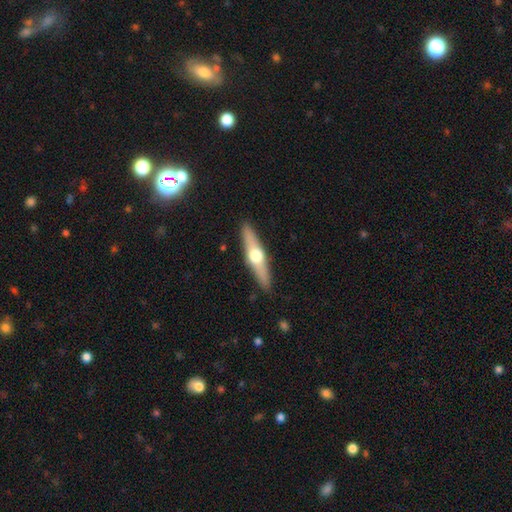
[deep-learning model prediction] smooth-or-featured: featured or disk: 59% | smooth: 36% | star or artifact: 5%
  disk-edge-on: yes: 94% | no: 6%
    edge-on-bulge: rounded: 95% | none: 2% | boxy: 2%
  merging: none: 90% | minor disturbance: 7% | major disturbance: 2% | merger: 1%